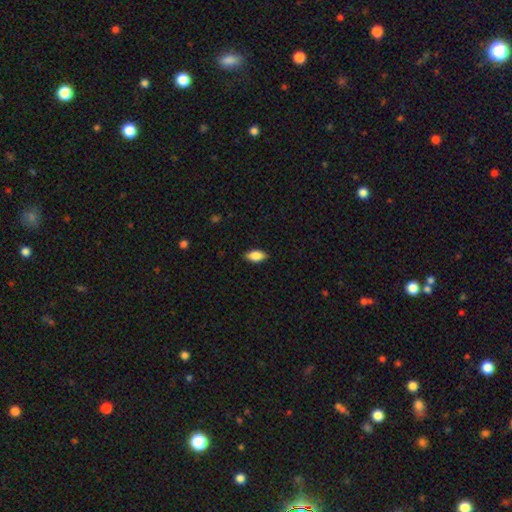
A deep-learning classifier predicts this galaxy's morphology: Overall: smooth (87%). How rounded: in between (91%). Merging: none (87%).